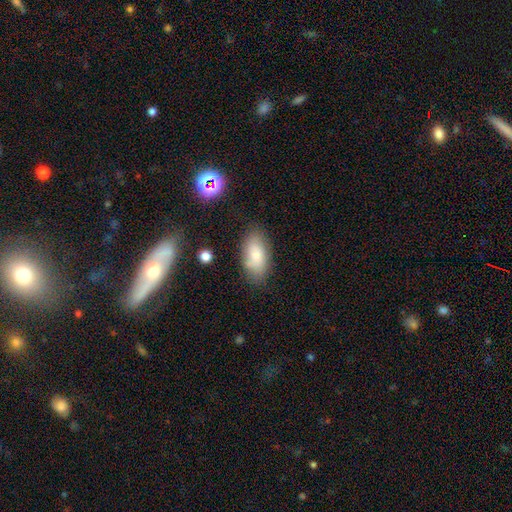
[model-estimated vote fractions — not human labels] Q: Smooth or featured?
A: smooth (78%); runner-up: featured or disk (14%)
Q: How rounded?
A: in between (92%); runner-up: cigar-shaped (5%)
Q: Merging?
A: none (75%); runner-up: minor disturbance (17%)